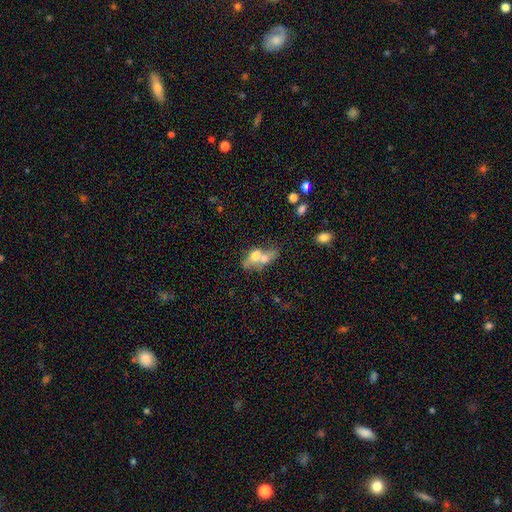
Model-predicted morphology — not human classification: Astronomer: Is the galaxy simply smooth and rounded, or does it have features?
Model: smooth — 59%.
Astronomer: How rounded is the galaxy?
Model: in between — 69%.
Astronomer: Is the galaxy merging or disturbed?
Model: merger — 63%.